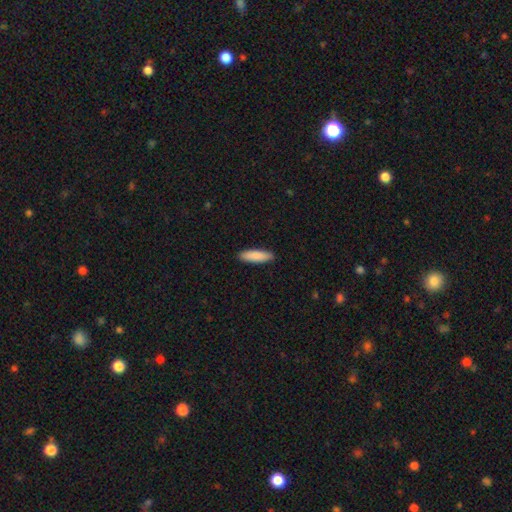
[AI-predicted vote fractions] A smooth galaxy with no disk features (88%) that is cigar-shaped (64%). Merging: none (91%).